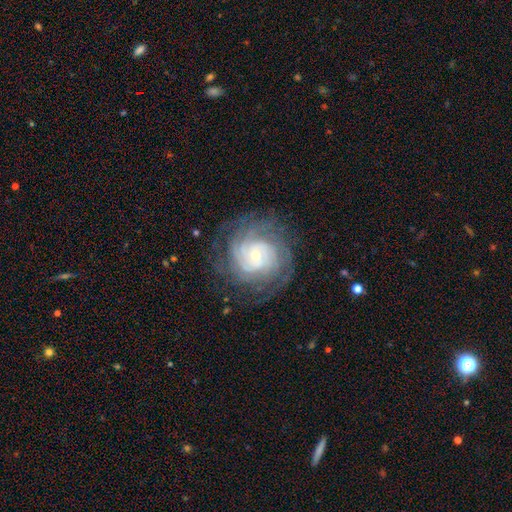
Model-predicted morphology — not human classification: featured or disk 85%, smooth 8%, star or artifact 7%. Down the decision tree: edge-on disk — no (97%); bar — no (70%); spiral arms — yes (96%); spiral arm count — can't tell (33%); spiral winding — tight (77%); bulge size — small (66%); merging — none (79%).